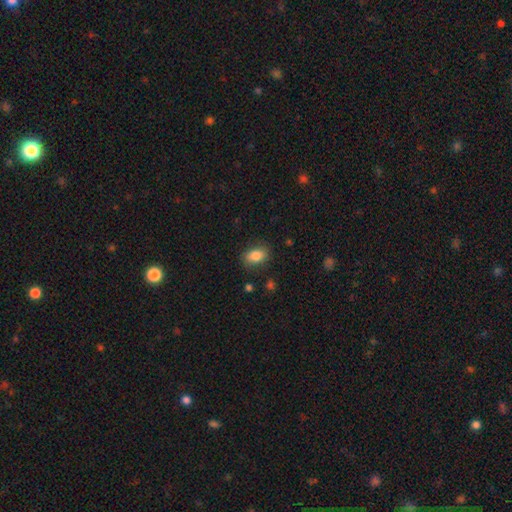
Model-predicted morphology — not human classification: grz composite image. It shows a smooth galaxy with no disk features (85%) that is in between round and cigar-shaped (83%). Merging: none (82%).